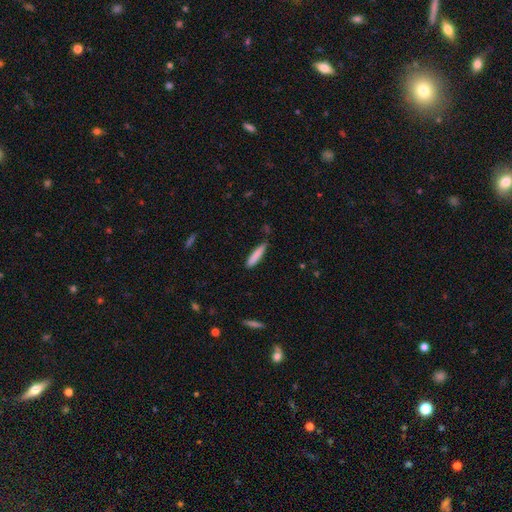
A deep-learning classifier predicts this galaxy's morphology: A smooth galaxy with no disk features (84%) that is cigar-shaped (87%).

Vote fractions:
- Smooth or featured? smooth: 84% / featured or disk: 10% / star or artifact: 6%
- How rounded? cigar-shaped: 87% / in between: 11% / round: 1%
- Merging? none: 83% / minor disturbance: 14% / major disturbance: 2% / merger: 2%